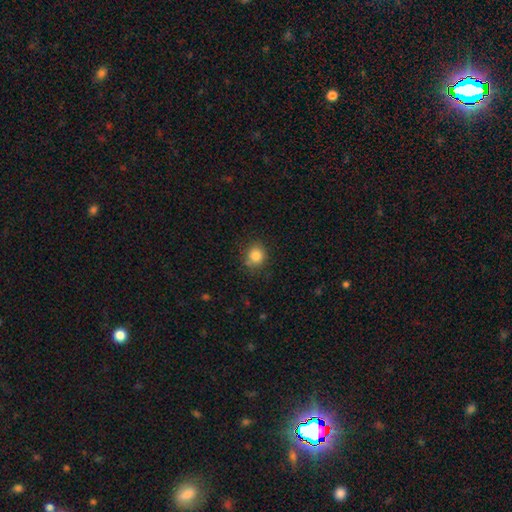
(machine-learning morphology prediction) This appears to be a smooth galaxy with no disk features (84%) that is round (76%). Merging: none (78%).